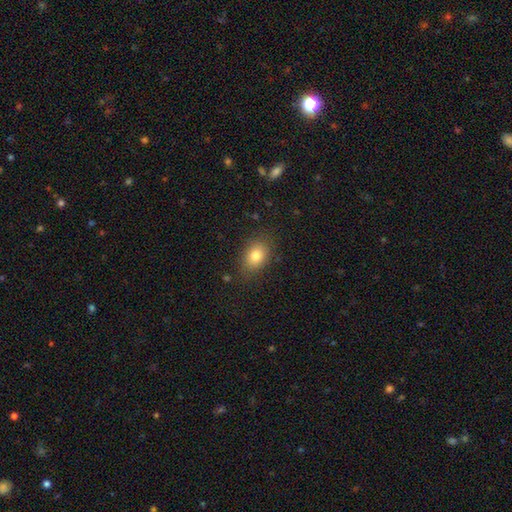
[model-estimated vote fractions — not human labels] Smooth or featured? Predicted: smooth (p=0.81). How rounded? Predicted: in between (p=0.75). Merging? Predicted: none (p=0.80).